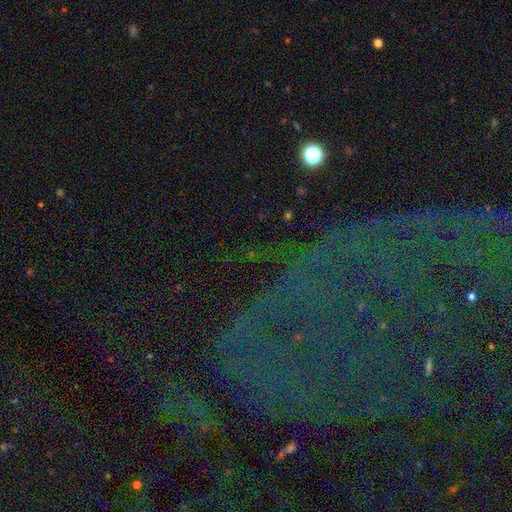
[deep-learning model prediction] smooth_or_featured: star or artifact (p=0.76) [alt: featured or disk p=0.13]